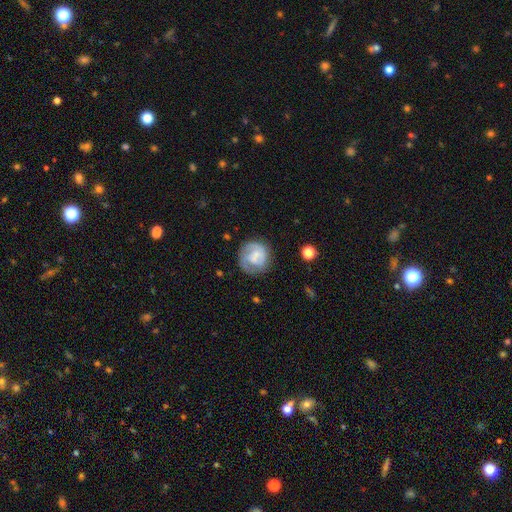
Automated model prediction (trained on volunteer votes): This is possibly a featured or disk galaxy (54%). It is clearly not viewed edge-on (98%). Bar: possibly no (51%). Spiral arm pattern: likely yes (77%). Central bulge: marginally small (44%). Merging: likely none (65%).